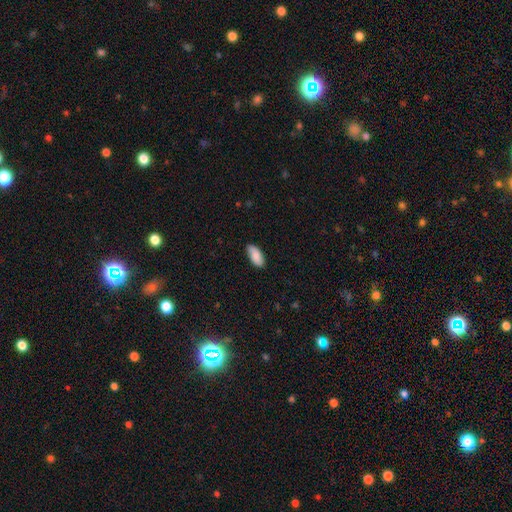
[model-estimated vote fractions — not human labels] Smooth or featured? Predicted: smooth (p=0.86). How rounded? Predicted: in between (p=0.90). Merging? Predicted: none (p=0.83).